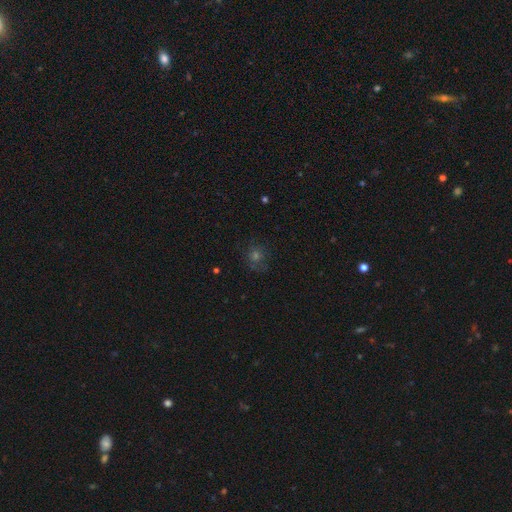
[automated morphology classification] A smooth galaxy with no disk features (49%).

Vote fractions:
- Smooth or featured? smooth: 49% / star or artifact: 33% / featured or disk: 18%
- Merging? none: 76% / minor disturbance: 14% / major disturbance: 8% / merger: 2%